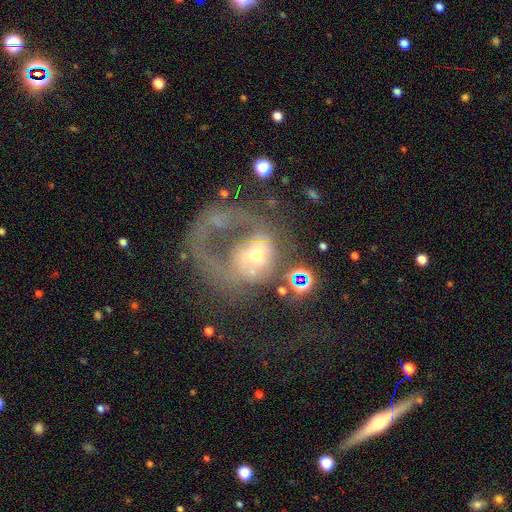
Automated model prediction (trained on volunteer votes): Smooth or featured?
  - featured or disk: 60% *
  - smooth: 27%
  - star or artifact: 13%
Edge-on disk?
  - no: 97% *
  - yes: 3%
Bar?
  - no: 71% *
  - weak: 22%
  - strong: 7%
Spiral arms?
  - yes: 51% *
  - no: 49%
Bulge size?
  - moderate: 58% *
  - small: 22%
  - large: 13%
  - none: 4%
  - dominant: 3%
Merging?
  - major disturbance: 59% *
  - none: 16%
  - merger: 15%
  - minor disturbance: 9%